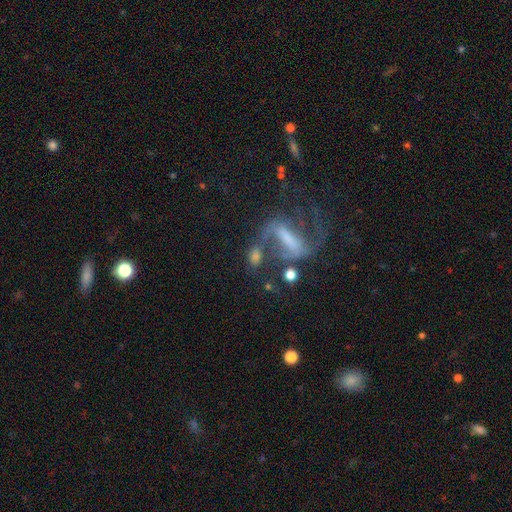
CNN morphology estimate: A featured or disk galaxy (60%) with a strong bar (51%), spiral arms (75%) and no central bulge (39%). Merging: none (41%).